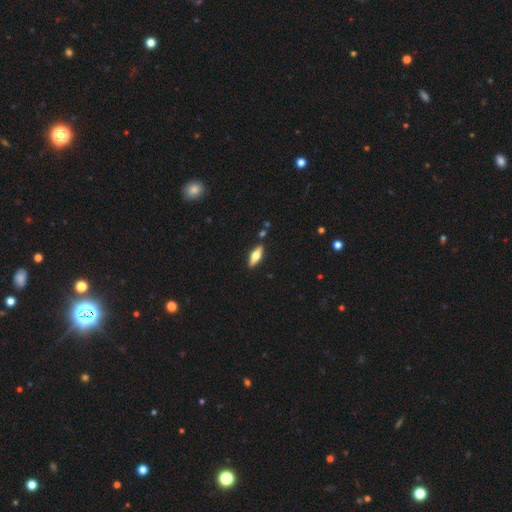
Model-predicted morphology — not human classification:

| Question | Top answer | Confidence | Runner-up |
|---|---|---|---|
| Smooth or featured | smooth | 53% | featured or disk (41%) |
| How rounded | in between | 58% | cigar-shaped (40%) |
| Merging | none | 87% | minor disturbance (9%) |